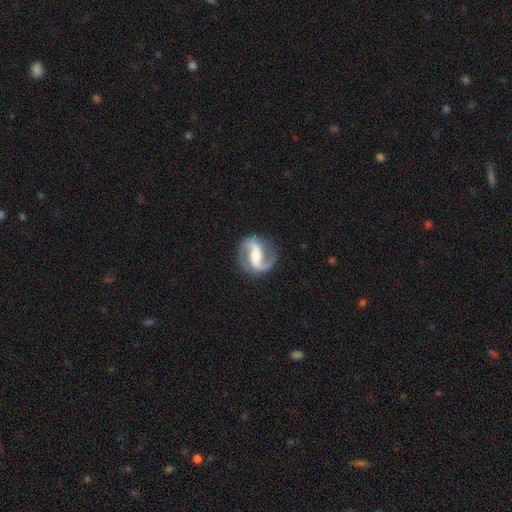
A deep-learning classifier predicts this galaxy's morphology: The model was most divided on "bar": strong: 46%, weak: 35%, no: 19%. More confident: edge-on disk — no (97%); spiral arms — yes (97%); spiral arm count — 2 (93%); smooth or featured — featured or disk (89%); merging — none (83%); bulge size — moderate (53%); spiral winding — medium (50%).